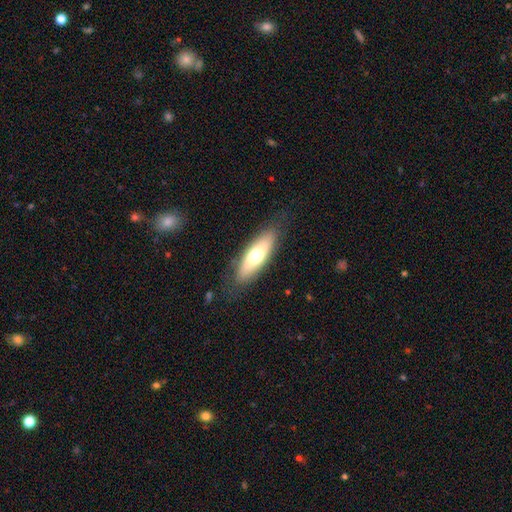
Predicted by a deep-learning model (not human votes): A smooth galaxy with no disk features (63%) that is in between round and cigar-shaped (56%). Merging: none (82%).